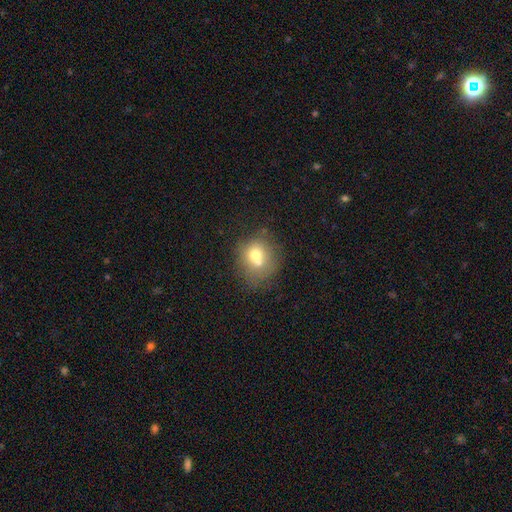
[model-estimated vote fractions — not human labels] A smooth galaxy with no disk features (68%) that is round (74%).

Vote fractions:
- Smooth or featured? smooth: 68% / featured or disk: 21% / star or artifact: 11%
- How rounded? round: 74% / in between: 25% / cigar-shaped: 1%
- Merging? merger: 41% / none: 40% / minor disturbance: 14% / major disturbance: 6%